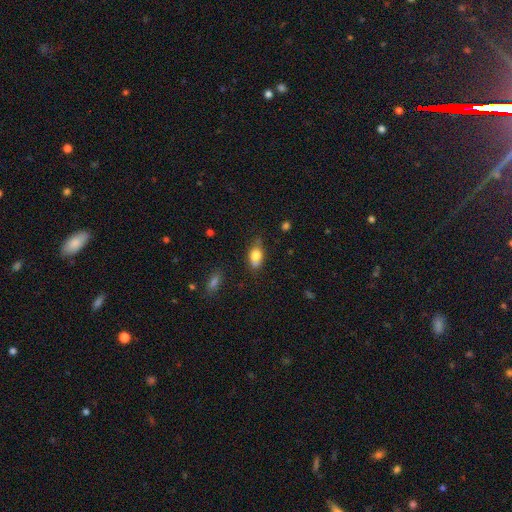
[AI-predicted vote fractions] Overall: smooth (76%). How rounded: in between (82%). Merging: none (57%; minor disturbance 28%).